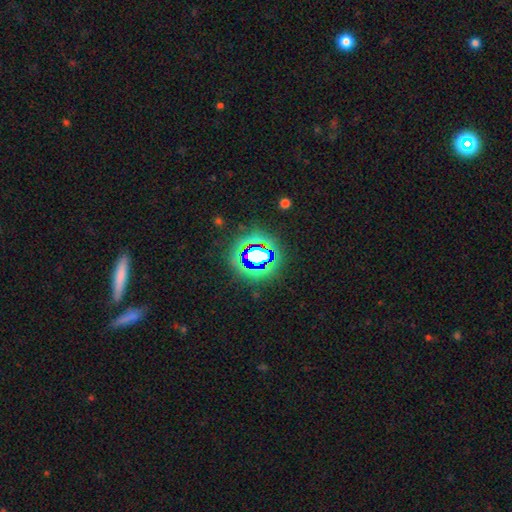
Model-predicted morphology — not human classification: Smooth or featured?
  - star or artifact: 69% *
  - smooth: 20%
  - featured or disk: 11%